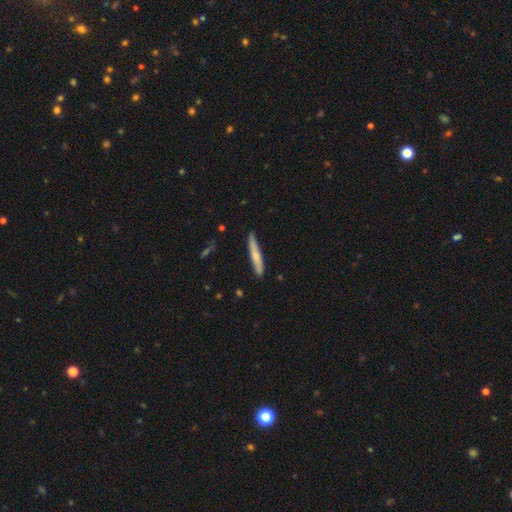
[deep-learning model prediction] Overall: smooth (64%; featured or disk 31%). How rounded: cigar-shaped (94%). Merging: none (84%).